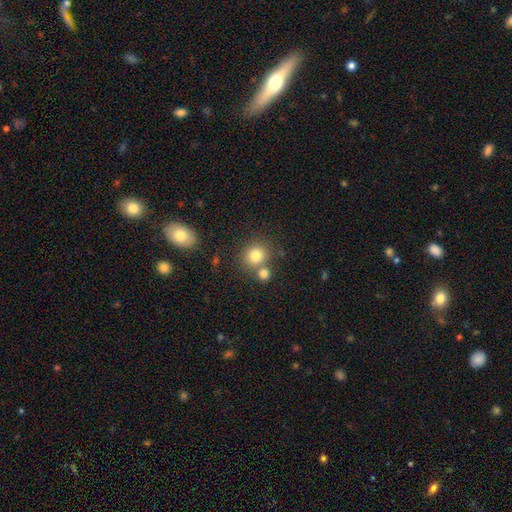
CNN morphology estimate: Overall: smooth (80%). How rounded: round (86%). Merging: none (65%).